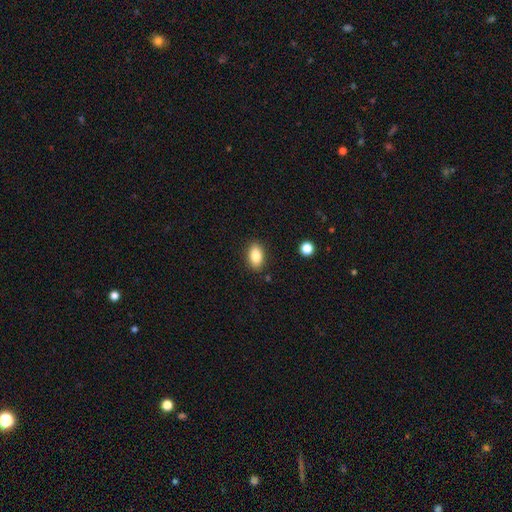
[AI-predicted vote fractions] A smooth galaxy with no disk features (86%) that is in between round and cigar-shaped (90%).

Vote fractions:
- Smooth or featured? smooth: 86% / star or artifact: 8% / featured or disk: 6%
- How rounded? in between: 90% / round: 7% / cigar-shaped: 3%
- Merging? none: 88% / minor disturbance: 9% / major disturbance: 2% / merger: 1%